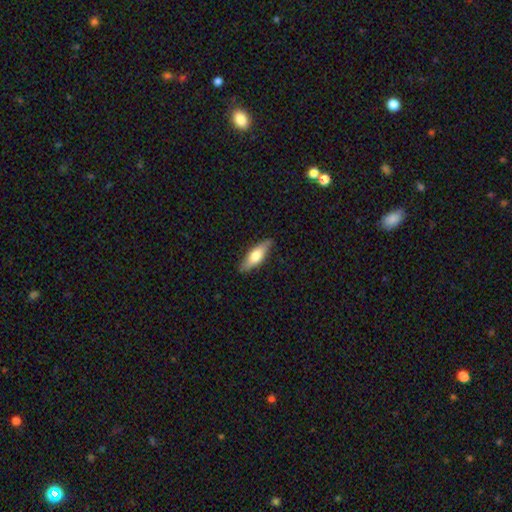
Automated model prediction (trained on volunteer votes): This appears to be a smooth galaxy with no disk features (63%) that is in between round and cigar-shaped (51%). Merging: none (84%).